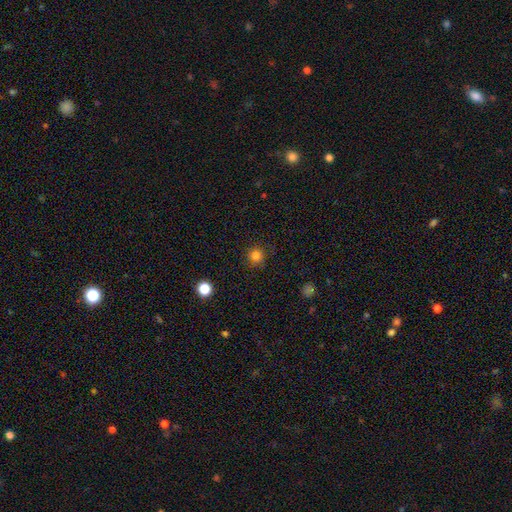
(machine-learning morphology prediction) Smooth or featured? smooth (83%)
How rounded? round (94%)
Merging? none (86%)